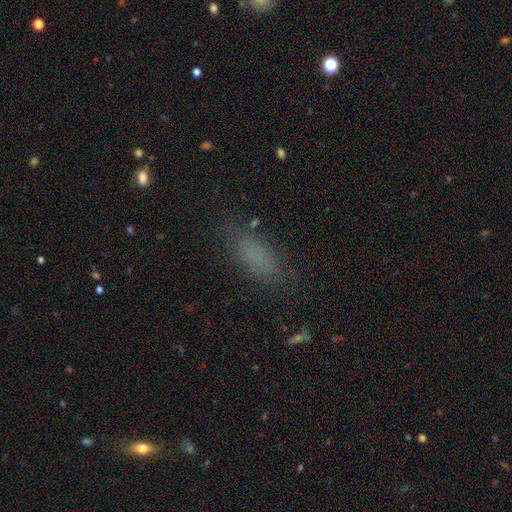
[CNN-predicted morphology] type=smooth (77%); roundness=in between (72%); merging=none (79%).